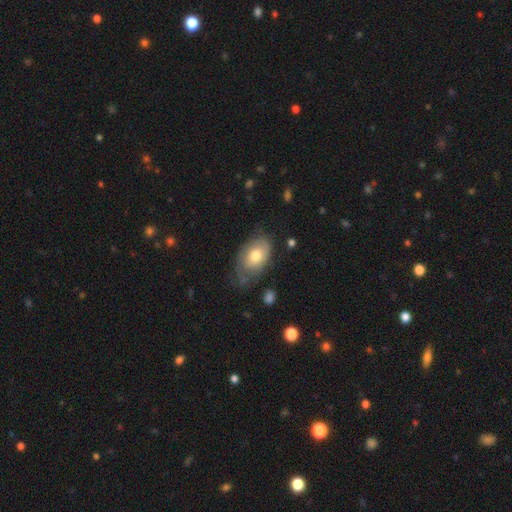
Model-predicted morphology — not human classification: smooth-or-featured: smooth: 65% | featured or disk: 28% | star or artifact: 6%
  how-rounded: in between: 89% | round: 9% | cigar-shaped: 1%
  merging: none: 50% | minor disturbance: 34% | major disturbance: 14% | merger: 3%